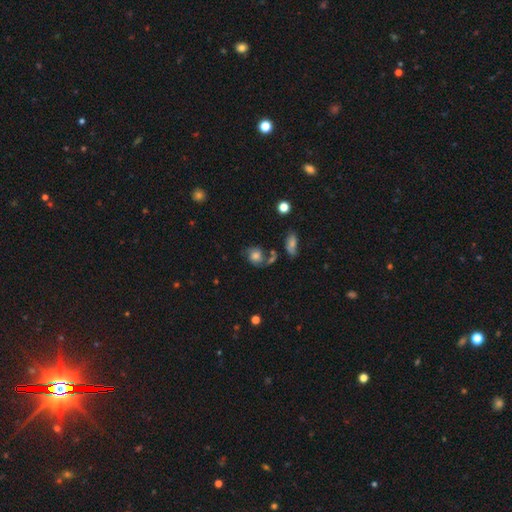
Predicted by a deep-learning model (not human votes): Overall: smooth (47%; featured or disk 40%). Merging: none (51%; minor disturbance 20%).